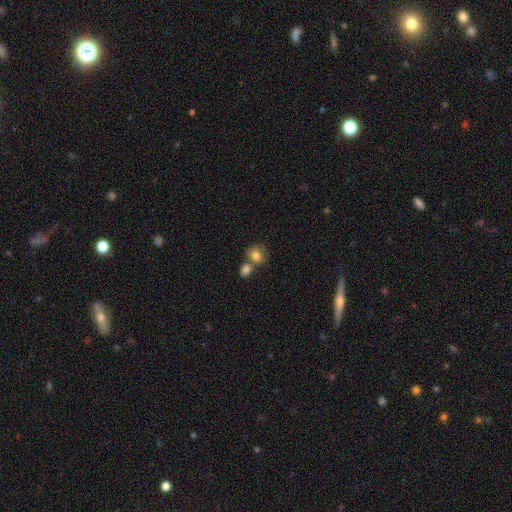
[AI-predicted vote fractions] Overall: smooth (81%). How rounded: round (72%). Merging: none (43%; merger 41%).